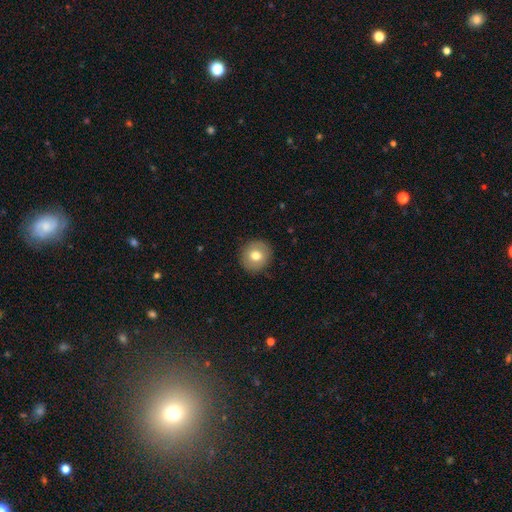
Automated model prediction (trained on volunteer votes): This is likely a smooth galaxy (74%). How rounded: clearly round (88%). Merging: clearly none (90%).